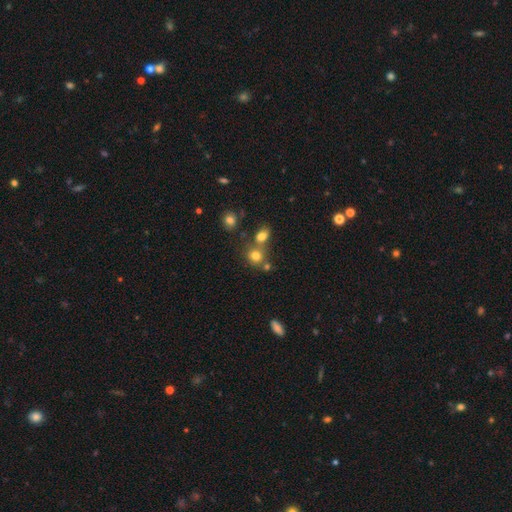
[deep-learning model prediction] This appears to be a smooth galaxy with no disk features (77%) that is round (78%). Merging: none (53%).